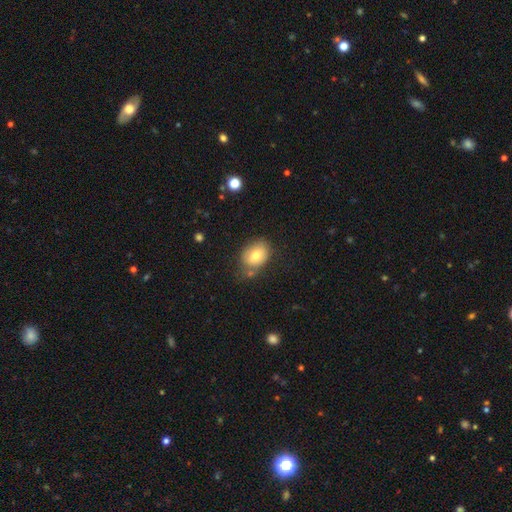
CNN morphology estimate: A smooth galaxy with no disk features (77%) that is in between round and cigar-shaped (66%).

Vote fractions:
- Smooth or featured? smooth: 77% / featured or disk: 14% / star or artifact: 9%
- How rounded? in between: 66% / round: 33% / cigar-shaped: 1%
- Merging? none: 64% / minor disturbance: 21% / merger: 9% / major disturbance: 6%